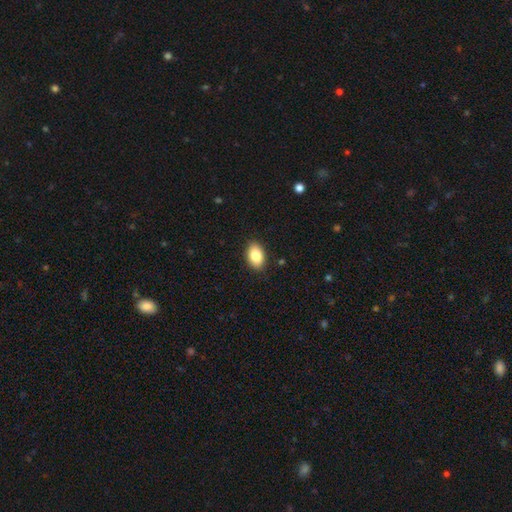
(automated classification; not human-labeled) smooth-or-featured: smooth: 86% | featured or disk: 7% | star or artifact: 7%
  how-rounded: in between: 91% | round: 8% | cigar-shaped: 1%
  merging: none: 89% | minor disturbance: 8% | major disturbance: 2% | merger: 1%